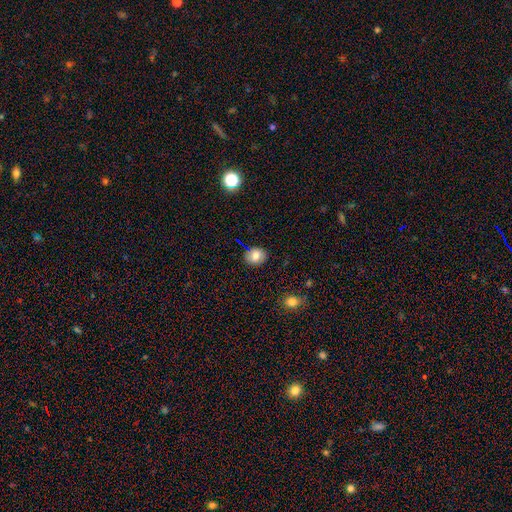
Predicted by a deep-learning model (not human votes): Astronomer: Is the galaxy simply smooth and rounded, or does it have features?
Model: smooth — 79%.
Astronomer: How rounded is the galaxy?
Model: round — 54% (runner-up: in between, 45%).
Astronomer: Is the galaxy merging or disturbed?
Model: none — 82%.